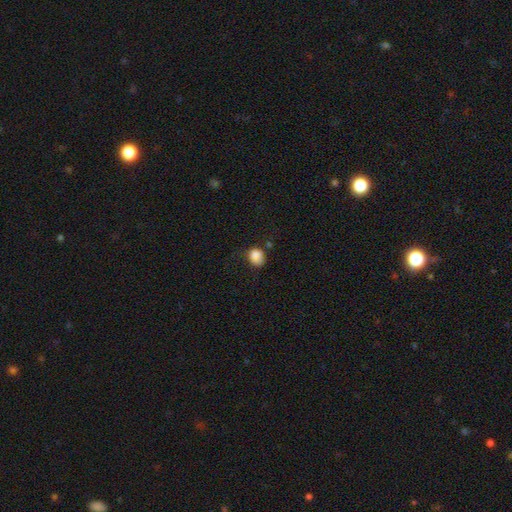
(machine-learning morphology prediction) This is clearly a smooth galaxy (85%). How rounded: likely round (60%). Merging: possibly none (48%).